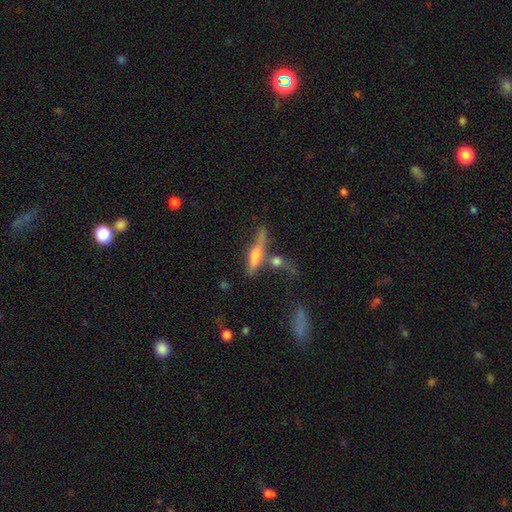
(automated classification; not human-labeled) This appears to be a featured or disk galaxy (49%). Merging: none (53%).